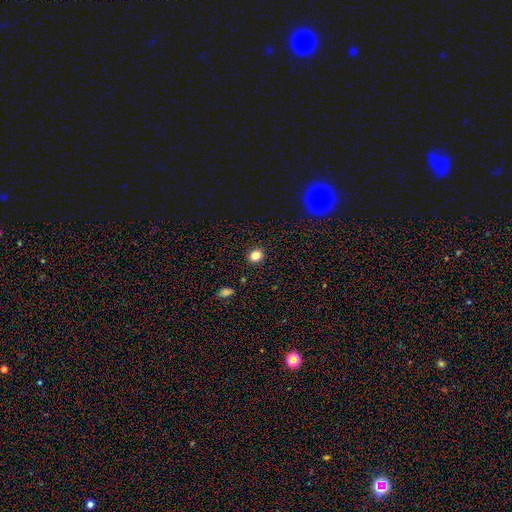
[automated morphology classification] Q: Smooth or featured?
A: smooth (82%); runner-up: star or artifact (12%)
Q: How rounded?
A: round (68%); runner-up: in between (31%)
Q: Merging?
A: none (91%); runner-up: minor disturbance (6%)